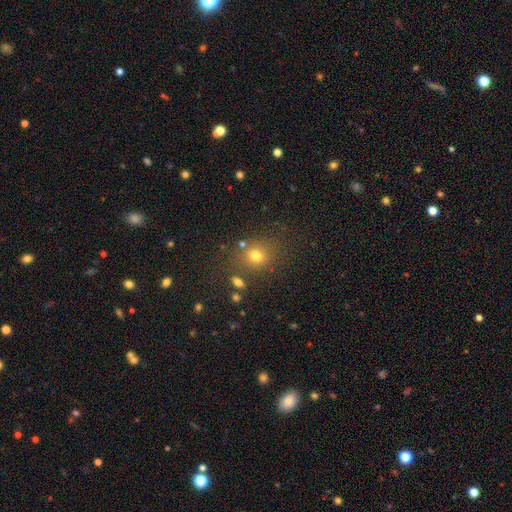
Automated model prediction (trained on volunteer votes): A smooth galaxy with no disk features (73%) that is round (63%).

Vote fractions:
- Smooth or featured? smooth: 73% / star or artifact: 17% / featured or disk: 10%
- How rounded? round: 63% / in between: 36% / cigar-shaped: 1%
- Merging? none: 73% / minor disturbance: 13% / merger: 9% / major disturbance: 5%